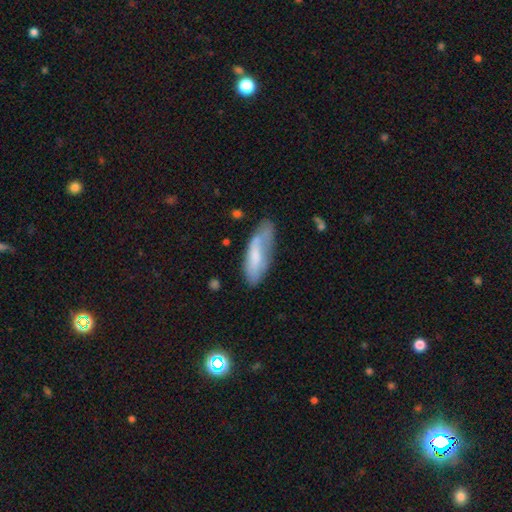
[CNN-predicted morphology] Smooth or featured?
  - smooth: 63% *
  - featured or disk: 30%
  - star or artifact: 7%
How rounded?
  - in between: 55% *
  - cigar-shaped: 43%
  - round: 2%
Merging?
  - none: 48% *
  - minor disturbance: 32%
  - major disturbance: 15%
  - merger: 6%